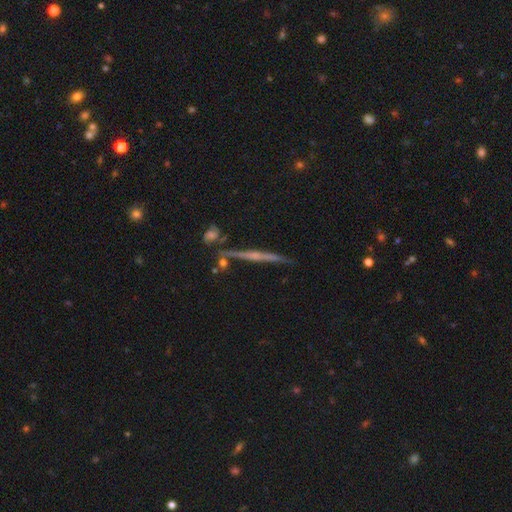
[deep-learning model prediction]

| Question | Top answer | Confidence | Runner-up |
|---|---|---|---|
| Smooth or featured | featured or disk | 74% | smooth (18%) |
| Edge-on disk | yes | 97% | no (3%) |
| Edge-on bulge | rounded | 55% | none (35%) |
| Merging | none | 82% | minor disturbance (9%) |